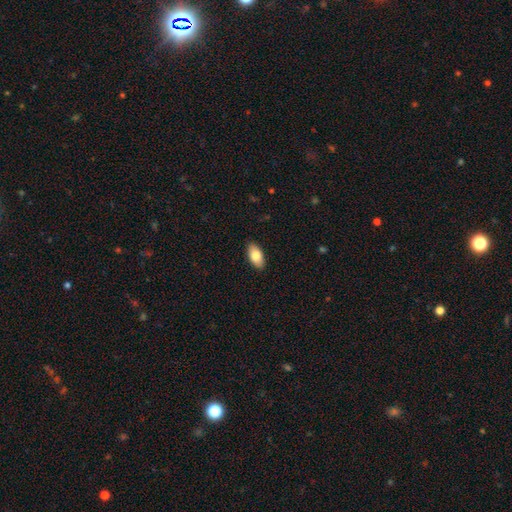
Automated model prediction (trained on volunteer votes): Smooth or featured?
  - smooth: 81% *
  - featured or disk: 13%
  - star or artifact: 6%
How rounded?
  - in between: 93% *
  - cigar-shaped: 4%
  - round: 3%
Merging?
  - none: 89% *
  - minor disturbance: 8%
  - major disturbance: 2%
  - merger: 1%